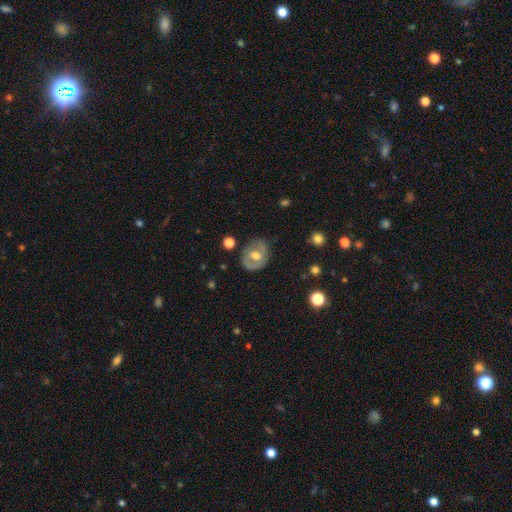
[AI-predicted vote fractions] Smooth or featured? featured or disk (54%)
Edge-on disk? no (95%)
Bar? no (47%)
Spiral arms? no (61%)
Bulge size? moderate (73%)
Merging? none (74%)